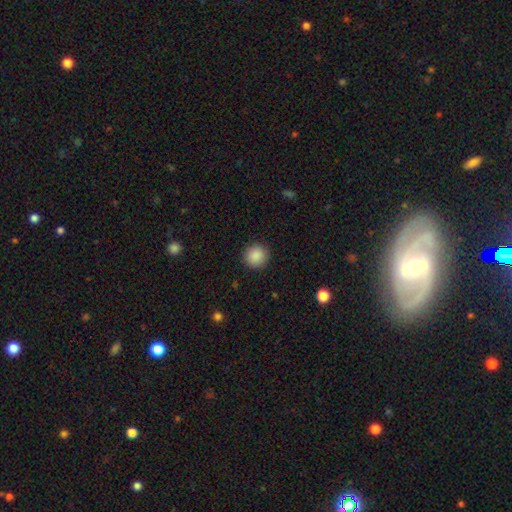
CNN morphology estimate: A smooth galaxy with no disk features (89%) that is round (94%).

Vote fractions:
- Smooth or featured? smooth: 89% / star or artifact: 8% / featured or disk: 3%
- How rounded? round: 94% / in between: 5% / cigar-shaped: 1%
- Merging? none: 91% / minor disturbance: 6% / major disturbance: 2% / merger: 1%